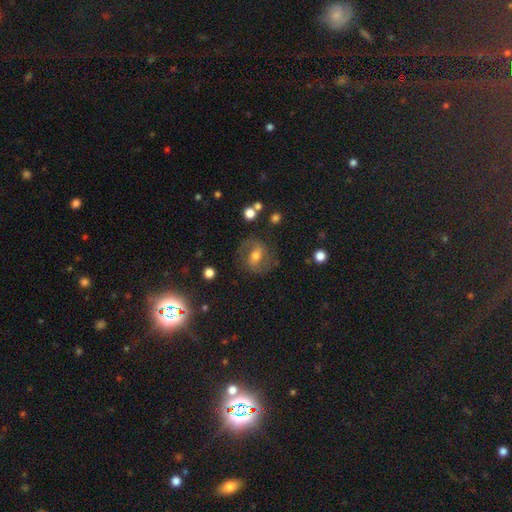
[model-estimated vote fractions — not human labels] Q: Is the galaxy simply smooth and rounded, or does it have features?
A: featured or disk — 62%.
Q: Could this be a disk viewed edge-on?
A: no — 95%.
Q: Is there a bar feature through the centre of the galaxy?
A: weak — 44%.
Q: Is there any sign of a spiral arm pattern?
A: yes — 80%.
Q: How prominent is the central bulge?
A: moderate — 66%.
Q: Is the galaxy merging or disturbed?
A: none — 77%.